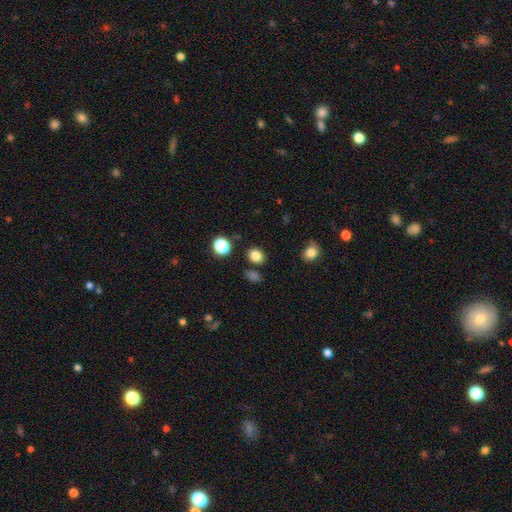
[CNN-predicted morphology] Smooth or featured? smooth (82%)
How rounded? round (56%)
Merging? none (83%)